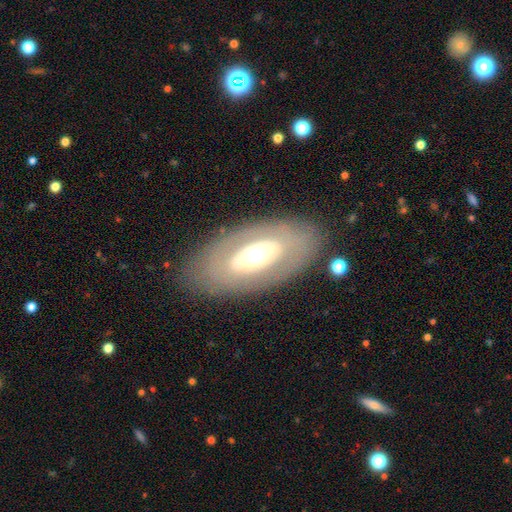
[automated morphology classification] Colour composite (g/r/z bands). It shows a featured or disk galaxy (56%). Merging: none (82%).